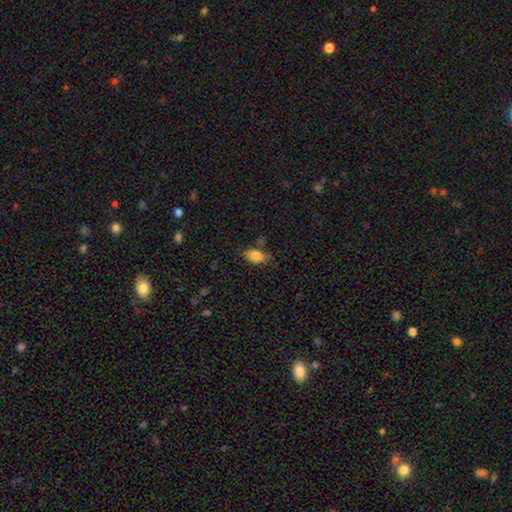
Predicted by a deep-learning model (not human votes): smooth 84%, featured or disk 8%, star or artifact 8%. Down the decision tree: how rounded — in between (89%); merging — none (70%).